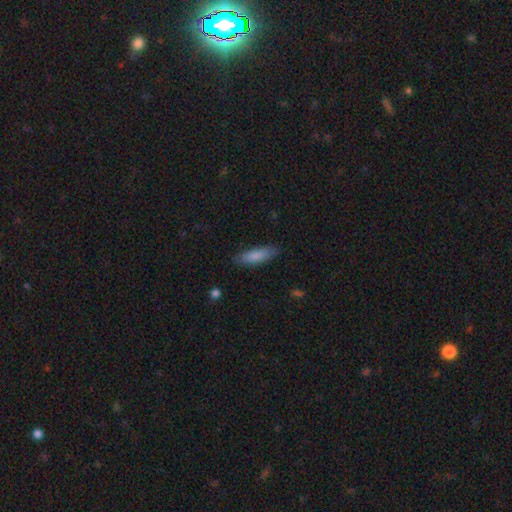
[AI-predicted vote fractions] A smooth galaxy with no disk features (83%) that is cigar-shaped (50%). Merging: none (81%).